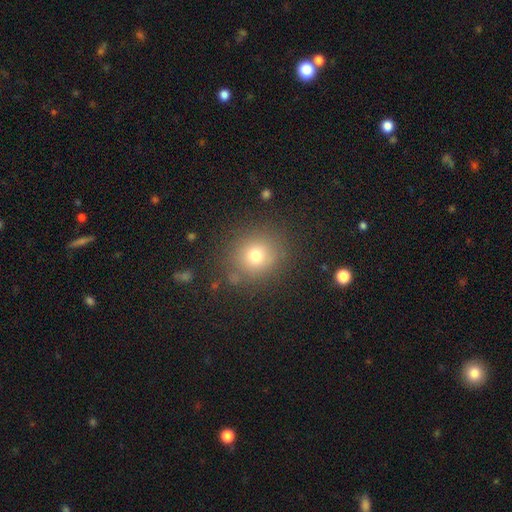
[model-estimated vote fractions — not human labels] Smooth or featured: smooth — 72% (star or artifact — 16%)
How rounded: round — 86% (in between — 13%)
Merging: none — 83% (minor disturbance — 10%)